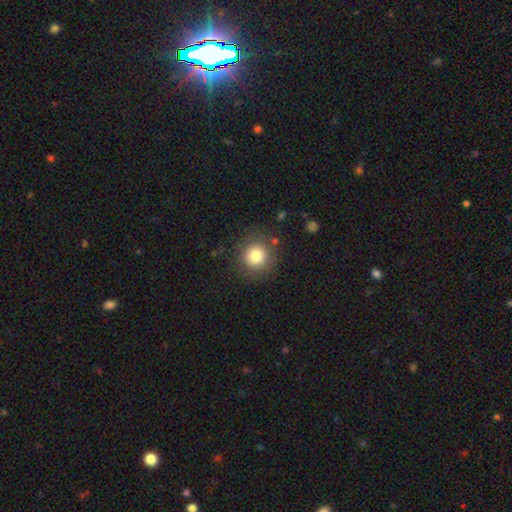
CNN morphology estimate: A smooth galaxy with no disk features (82%) that is round (92%).

Vote fractions:
- Smooth or featured? smooth: 82% / star or artifact: 11% / featured or disk: 8%
- How rounded? round: 92% / in between: 7% / cigar-shaped: 1%
- Merging? none: 84% / minor disturbance: 10% / major disturbance: 4% / merger: 2%